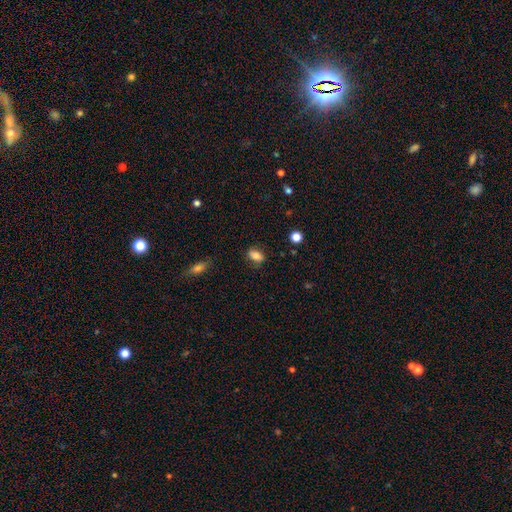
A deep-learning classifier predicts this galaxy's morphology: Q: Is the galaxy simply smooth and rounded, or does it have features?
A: smooth — 81%.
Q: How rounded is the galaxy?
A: in between — 84%.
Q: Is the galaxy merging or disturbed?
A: none — 82%.